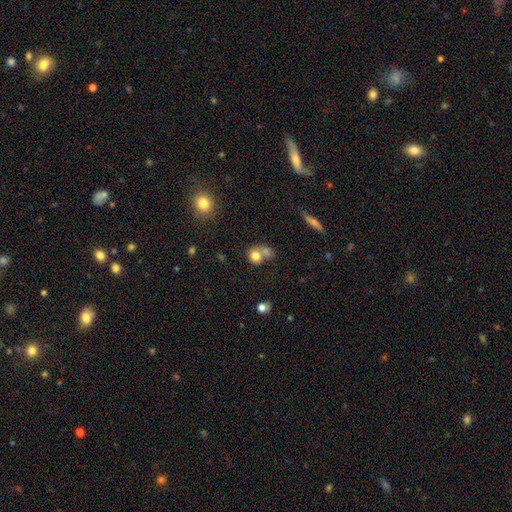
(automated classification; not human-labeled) The model was most divided on "merging": merger: 49%, none: 36%, minor disturbance: 10%, major disturbance: 6%. More confident: smooth or featured — smooth (77%); how rounded — round (70%).